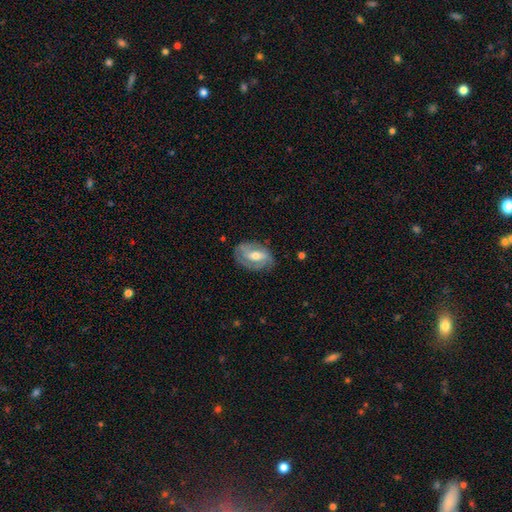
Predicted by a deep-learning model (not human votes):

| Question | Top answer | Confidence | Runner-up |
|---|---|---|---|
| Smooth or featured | featured or disk | 71% | smooth (23%) |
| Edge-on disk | no | 95% | yes (5%) |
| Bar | weak | 44% | no (31%) |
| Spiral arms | yes | 86% | no (14%) |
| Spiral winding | medium | 42% | tight (37%) |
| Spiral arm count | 2 | 58% | can't tell (19%) |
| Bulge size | moderate | 67% | small (25%) |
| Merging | none | 72% | minor disturbance (20%) |